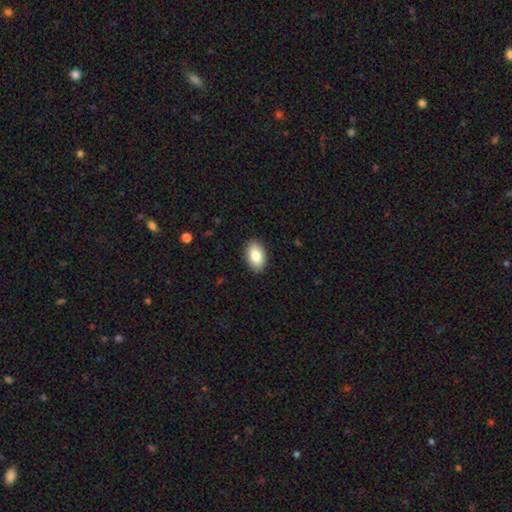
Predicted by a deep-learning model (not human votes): smooth_or_featured: smooth (p=0.84) [alt: featured or disk p=0.09]
how_rounded: in between (p=0.93) [alt: round p=0.06]
merging: none (p=0.89) [alt: minor disturbance p=0.08]